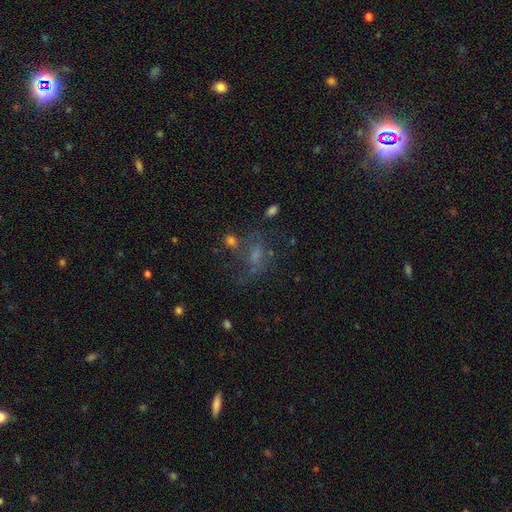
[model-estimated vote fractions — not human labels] Smooth or featured?
  - smooth: 39% *
  - featured or disk: 32%
  - star or artifact: 28%
Merging?
  - none: 42% *
  - major disturbance: 27%
  - minor disturbance: 18%
  - merger: 14%